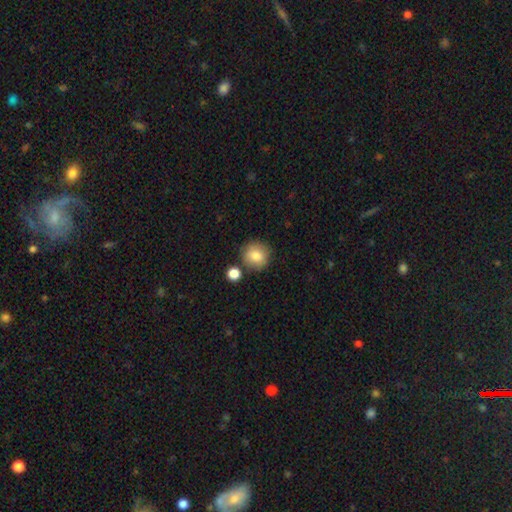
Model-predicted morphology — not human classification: smooth-or-featured: smooth: 82% | featured or disk: 9% | star or artifact: 9%
  how-rounded: round: 90% | in between: 9% | cigar-shaped: 1%
  merging: none: 79% | minor disturbance: 10% | merger: 8% | major disturbance: 3%